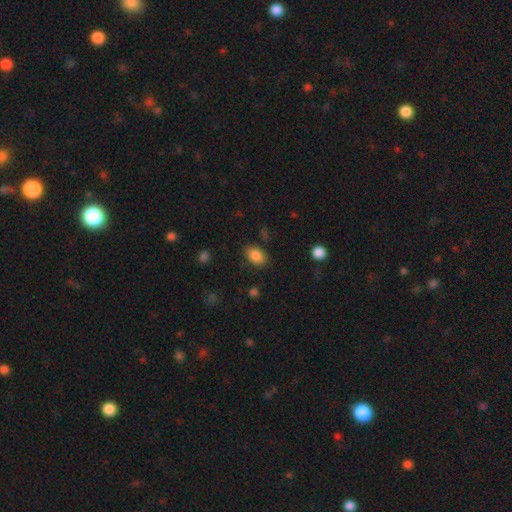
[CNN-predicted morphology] smooth_or_featured: smooth (p=0.86) [alt: star or artifact p=0.09]
how_rounded: in between (p=0.81) [alt: round p=0.18]
merging: none (p=0.82) [alt: minor disturbance p=0.12]